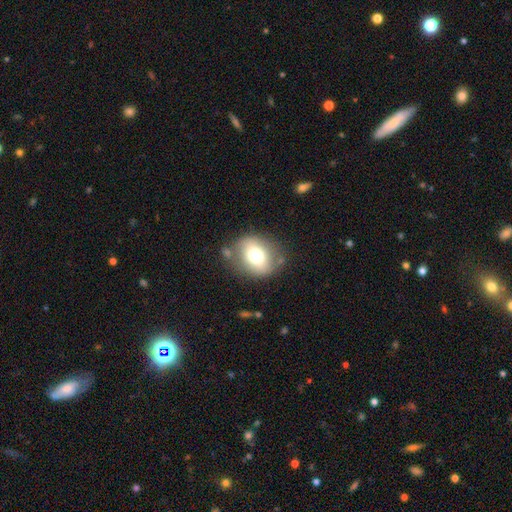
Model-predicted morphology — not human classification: Smooth or featured: smooth — 68% (featured or disk — 23%)
How rounded: round — 54% (in between — 45%)
Merging: none — 74% (minor disturbance — 15%)